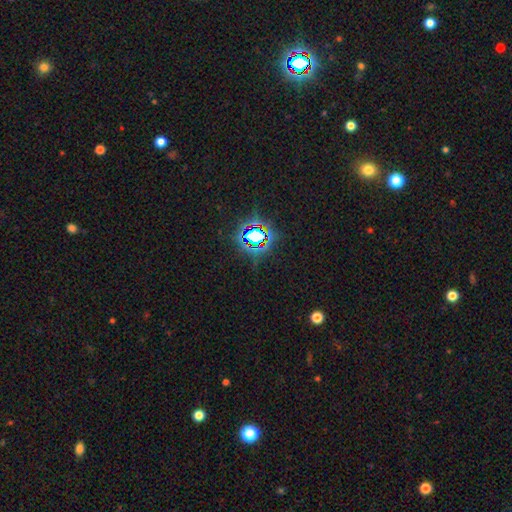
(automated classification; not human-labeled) Q: Smooth or featured?
A: star or artifact (79%); runner-up: smooth (13%)